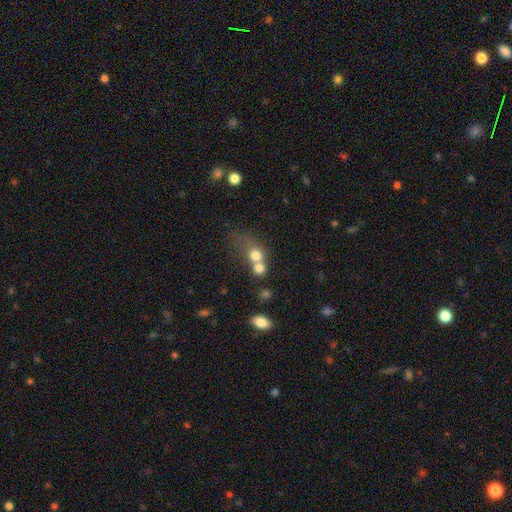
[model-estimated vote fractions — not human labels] A smooth galaxy with no disk features (72%) that is round (74%).

Vote fractions:
- Smooth or featured? smooth: 72% / featured or disk: 15% / star or artifact: 13%
- How rounded? round: 74% / in between: 24% / cigar-shaped: 2%
- Merging? merger: 60% / none: 27% / minor disturbance: 7% / major disturbance: 6%